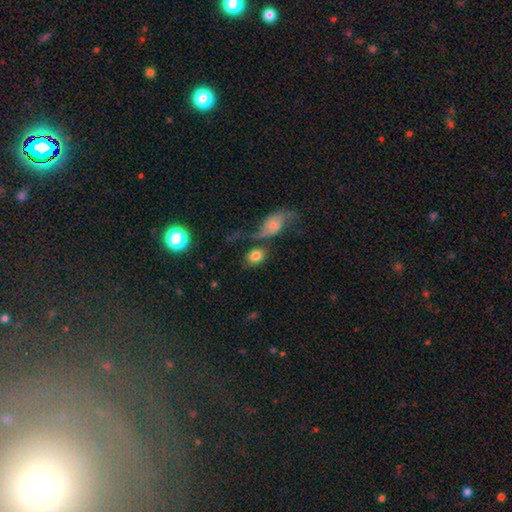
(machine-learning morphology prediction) Smooth or featured? smooth (78%)
How rounded? in between (58%)
Merging? none (42%)